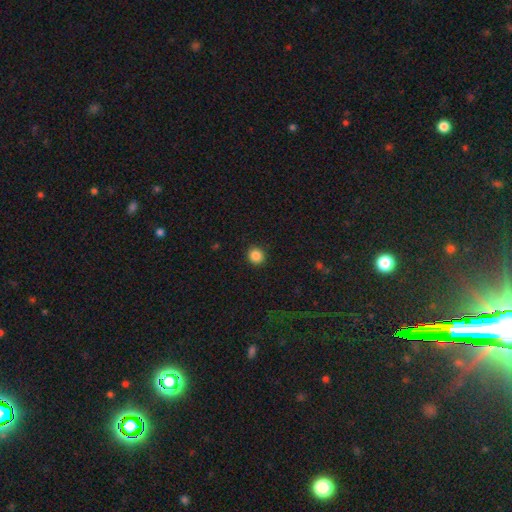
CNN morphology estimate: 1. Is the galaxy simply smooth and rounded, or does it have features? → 87% smooth, 10% star or artifact, 3% featured or disk.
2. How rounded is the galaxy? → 88% round, 11% in between, 1% cigar-shaped.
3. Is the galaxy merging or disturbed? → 92% none, 6% minor disturbance, 2% major disturbance, 1% merger.